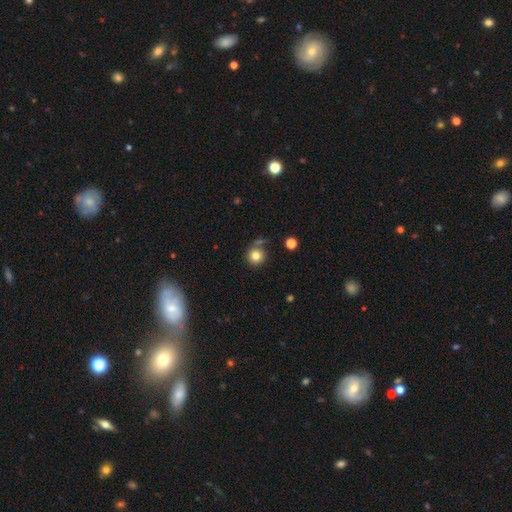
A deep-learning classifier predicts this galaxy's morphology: A smooth galaxy with no disk features (80%) that is round (92%). Merging: none (69%).